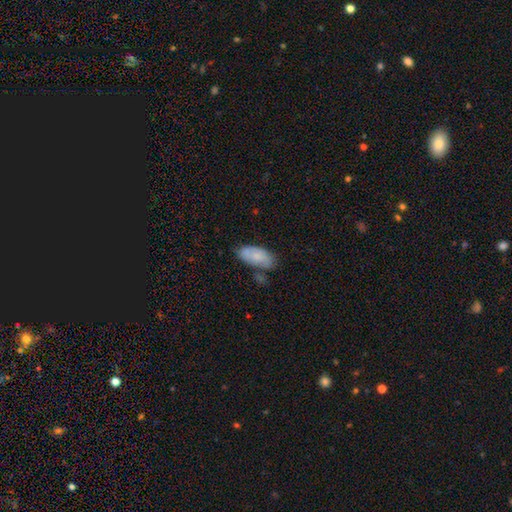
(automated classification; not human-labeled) Morphology: type=smooth (75%); roundness=in between (90%); merging=none (59%).